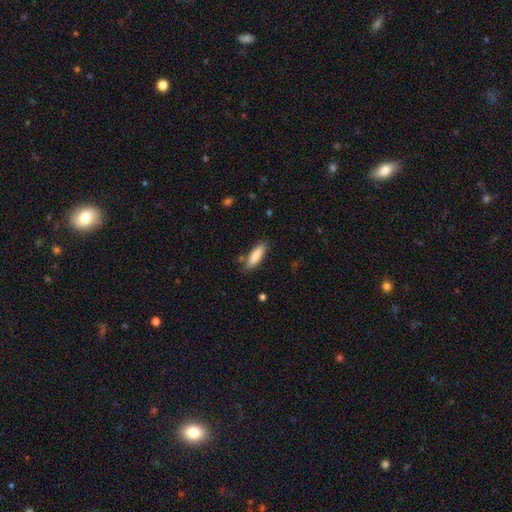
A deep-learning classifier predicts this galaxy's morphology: Smooth or featured? smooth (84%)
How rounded? cigar-shaped (52%)
Merging? none (80%)